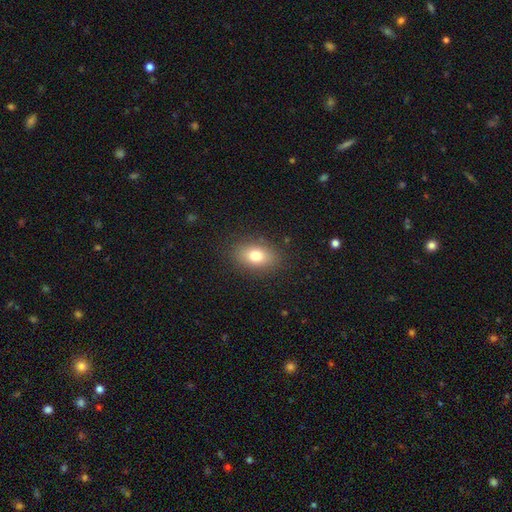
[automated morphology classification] smooth-or-featured: smooth: 78% | featured or disk: 12% | star or artifact: 10%
  how-rounded: in between: 81% | round: 17% | cigar-shaped: 2%
  merging: none: 86% | minor disturbance: 9% | major disturbance: 3% | merger: 1%